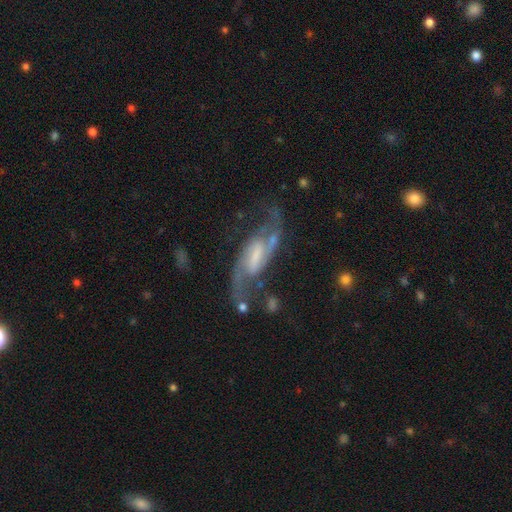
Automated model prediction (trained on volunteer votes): A featured or disk galaxy (89%) with a weak bar (46%), 2 (93%) loose (47%) spiral arms (97%) and a small central bulge (35%). Merging: none (67%).